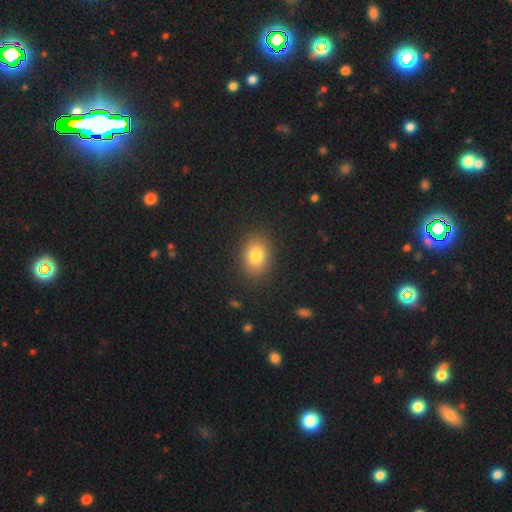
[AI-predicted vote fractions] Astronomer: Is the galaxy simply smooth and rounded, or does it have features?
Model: smooth — 80%.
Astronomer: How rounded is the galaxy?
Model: in between — 63%.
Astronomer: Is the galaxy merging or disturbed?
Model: none — 88%.